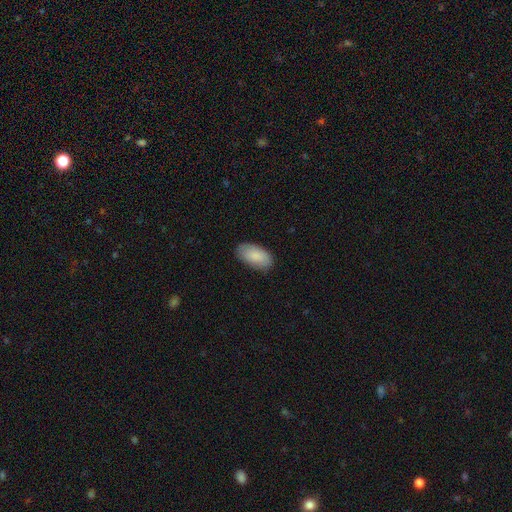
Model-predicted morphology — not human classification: This is clearly a smooth galaxy (87%). How rounded: clearly in between (95%). Merging: clearly none (84%).